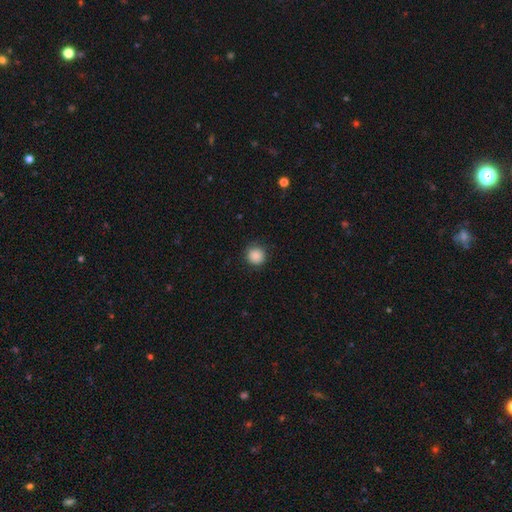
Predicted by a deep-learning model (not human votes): Smooth or featured: smooth — 88% (star or artifact — 9%)
How rounded: round — 94% (in between — 5%)
Merging: none — 88% (minor disturbance — 9%)